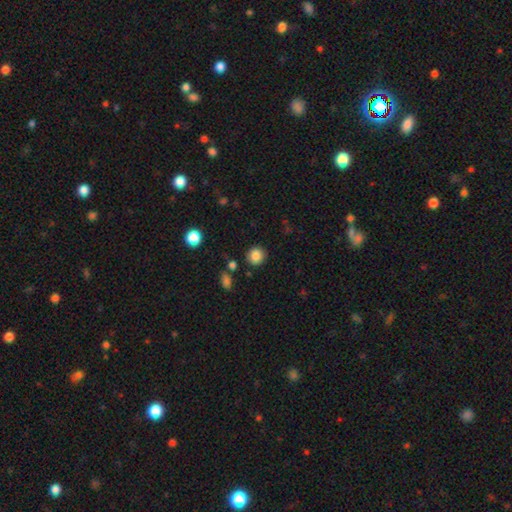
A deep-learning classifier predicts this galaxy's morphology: Overall: smooth (85%). How rounded: round (88%). Merging: none (88%).